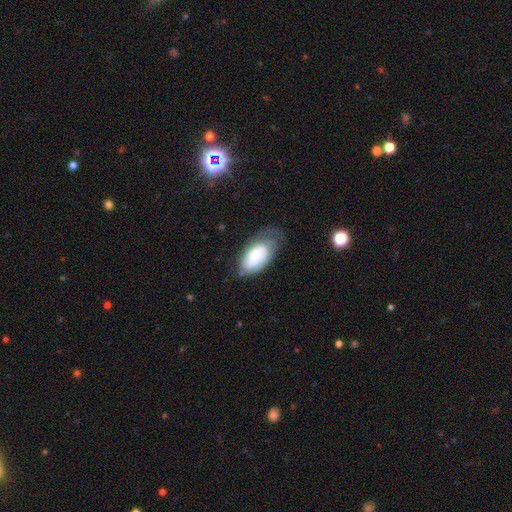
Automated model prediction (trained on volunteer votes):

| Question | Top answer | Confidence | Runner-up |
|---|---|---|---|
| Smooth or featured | smooth | 51% | featured or disk (42%) |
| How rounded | in between | 93% | round (4%) |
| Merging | none | 46% | minor disturbance (33%) |